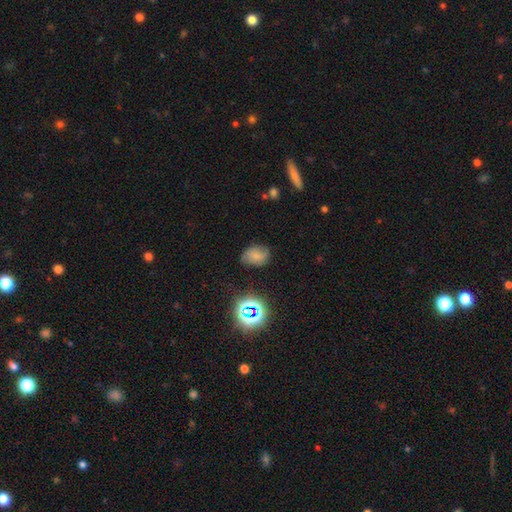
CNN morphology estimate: Q: Smooth or featured?
A: smooth (57%); runner-up: featured or disk (24%)
Q: How rounded?
A: in between (72%); runner-up: round (27%)
Q: Merging?
A: none (69%); runner-up: minor disturbance (22%)